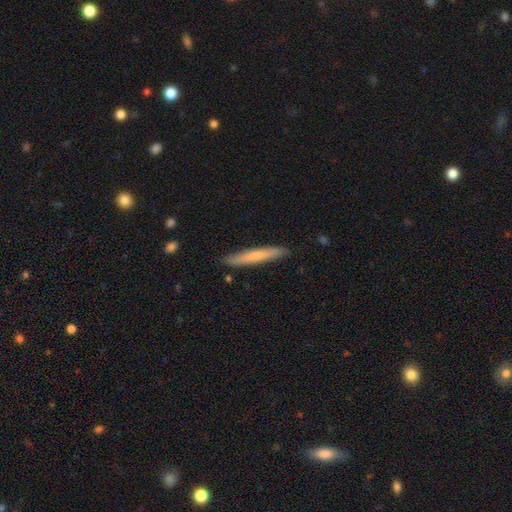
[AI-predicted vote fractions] smooth-or-featured: smooth: 67% | featured or disk: 28% | star or artifact: 5%
  how-rounded: cigar-shaped: 94% | in between: 4% | round: 1%
  merging: none: 89% | minor disturbance: 8% | major disturbance: 2% | merger: 1%